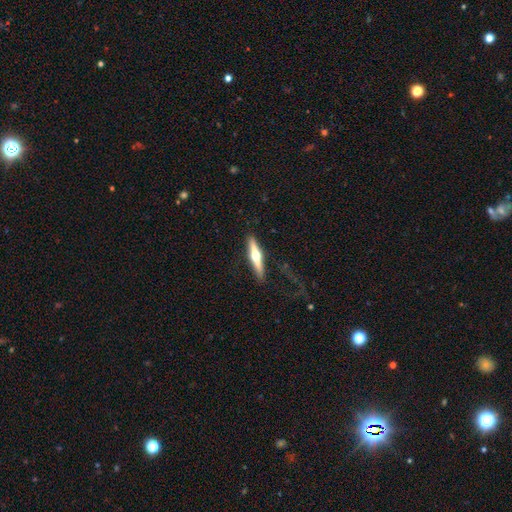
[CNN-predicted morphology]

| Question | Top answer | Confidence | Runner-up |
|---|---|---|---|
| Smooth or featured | featured or disk | 66% | smooth (29%) |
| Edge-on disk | yes | 96% | no (4%) |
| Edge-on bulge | rounded | 95% | none (3%) |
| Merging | none | 82% | minor disturbance (12%) |